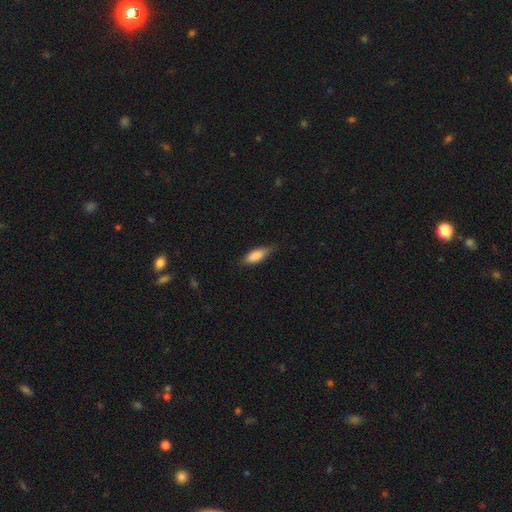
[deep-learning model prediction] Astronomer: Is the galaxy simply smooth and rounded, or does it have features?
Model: smooth — 80%.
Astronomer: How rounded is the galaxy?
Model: in between — 66%.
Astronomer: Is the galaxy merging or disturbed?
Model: none — 74%.